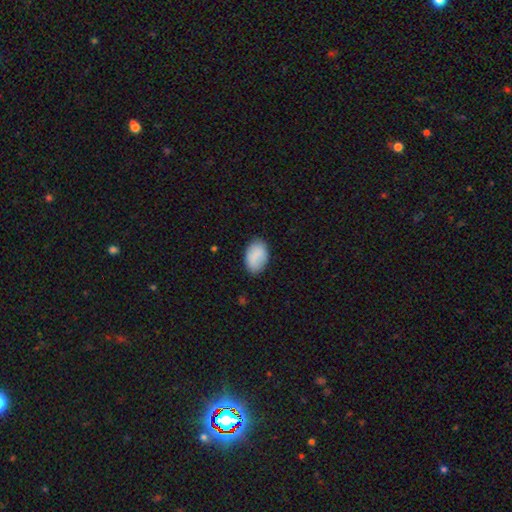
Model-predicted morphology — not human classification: Smooth or featured: smooth — 84% (featured or disk — 9%)
How rounded: in between — 90% (round — 8%)
Merging: none — 83% (minor disturbance — 13%)